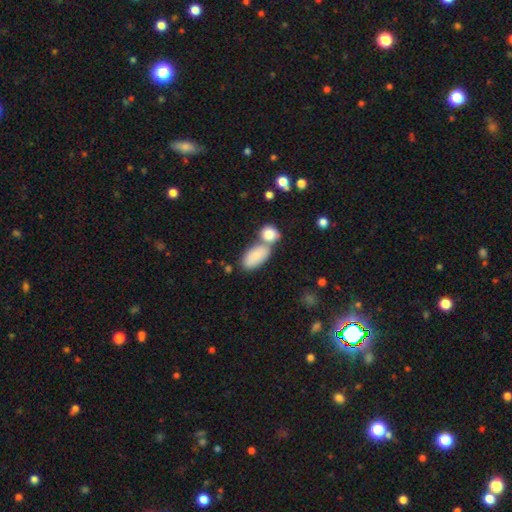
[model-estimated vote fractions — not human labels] This appears to be a smooth galaxy with no disk features (81%) that is in between round and cigar-shaped (91%). Merging: merger (46%).